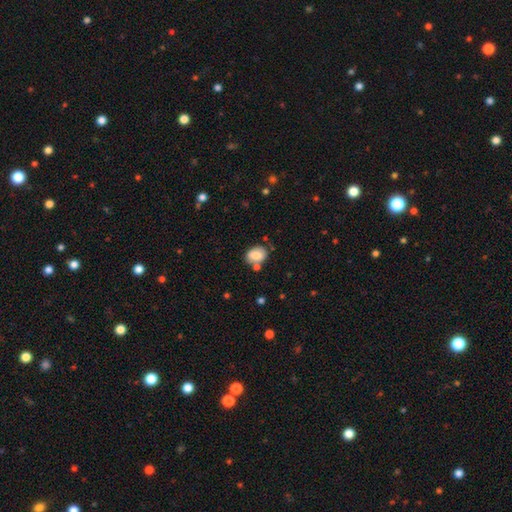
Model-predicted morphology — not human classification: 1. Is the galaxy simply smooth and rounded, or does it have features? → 79% smooth, 13% featured or disk, 8% star or artifact.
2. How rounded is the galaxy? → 68% in between, 31% round, 1% cigar-shaped.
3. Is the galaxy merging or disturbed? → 62% none, 19% minor disturbance, 14% merger, 5% major disturbance.